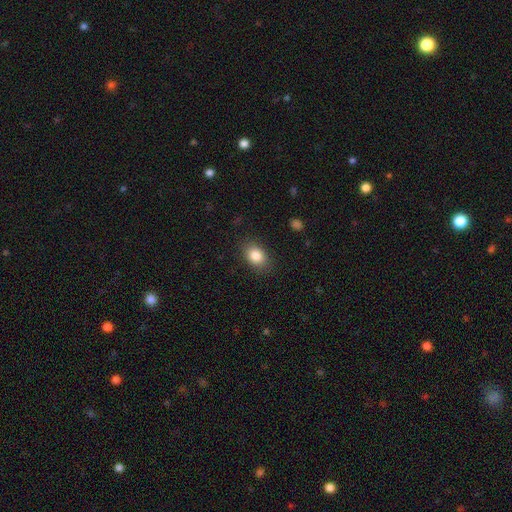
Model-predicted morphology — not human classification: smooth 85%, star or artifact 9%, featured or disk 7%. Down the decision tree: how rounded — in between (73%); merging — none (85%).